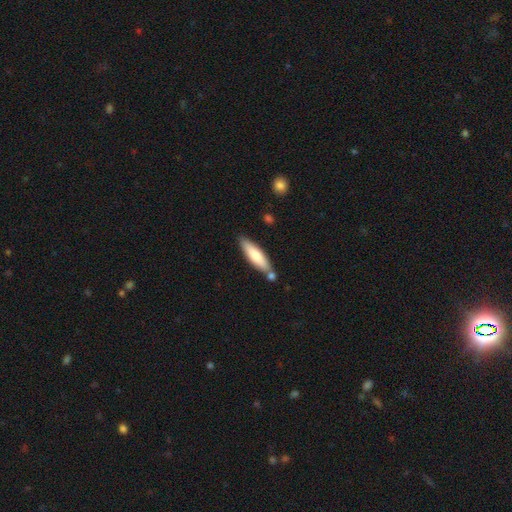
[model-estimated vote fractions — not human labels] The model was most divided on "how rounded": cigar-shaped: 68%, in between: 31%, round: 1%. More confident: smooth or featured — smooth (73%); merging — none (71%).